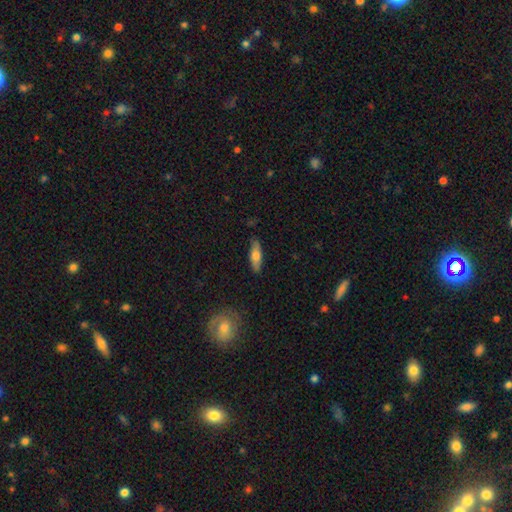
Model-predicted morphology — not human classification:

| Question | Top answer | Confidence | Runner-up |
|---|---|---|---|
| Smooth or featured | smooth | 64% | featured or disk (30%) |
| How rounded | in between | 50% | cigar-shaped (47%) |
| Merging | none | 84% | minor disturbance (12%) |